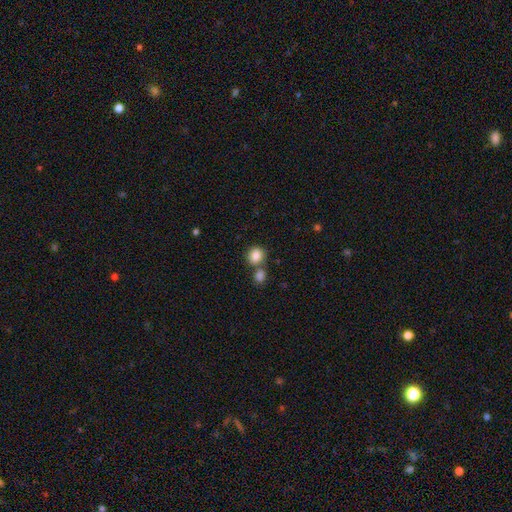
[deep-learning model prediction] smooth-or-featured: smooth: 85% | star or artifact: 9% | featured or disk: 5%
  how-rounded: round: 76% | in between: 23% | cigar-shaped: 1%
  merging: none: 57% | merger: 32% | minor disturbance: 9% | major disturbance: 3%